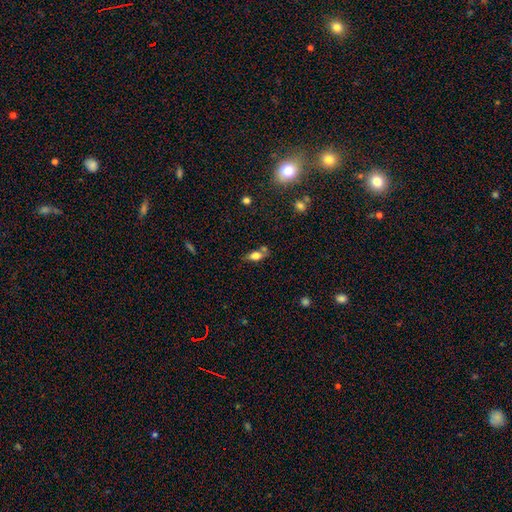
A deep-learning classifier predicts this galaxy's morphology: A smooth galaxy with no disk features (71%) that is in between round and cigar-shaped (80%).

Vote fractions:
- Smooth or featured? smooth: 71% / featured or disk: 19% / star or artifact: 10%
- How rounded? in between: 80% / cigar-shaped: 12% / round: 8%
- Merging? none: 56% / merger: 20% / minor disturbance: 18% / major disturbance: 6%